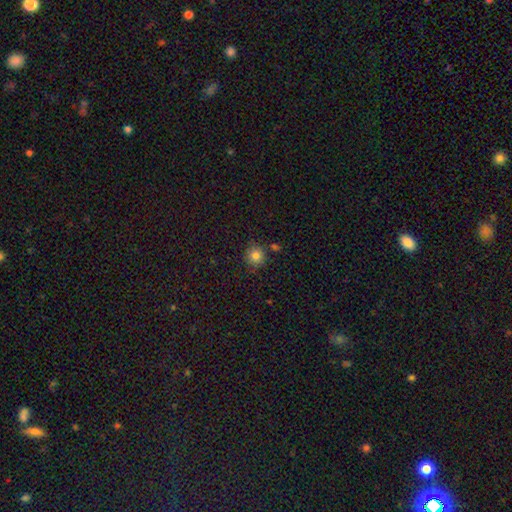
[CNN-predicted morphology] A smooth galaxy with no disk features (82%) that is round (91%).

Vote fractions:
- Smooth or featured? smooth: 82% / star or artifact: 12% / featured or disk: 6%
- How rounded? round: 91% / in between: 8% / cigar-shaped: 1%
- Merging? none: 82% / minor disturbance: 10% / merger: 5% / major disturbance: 2%